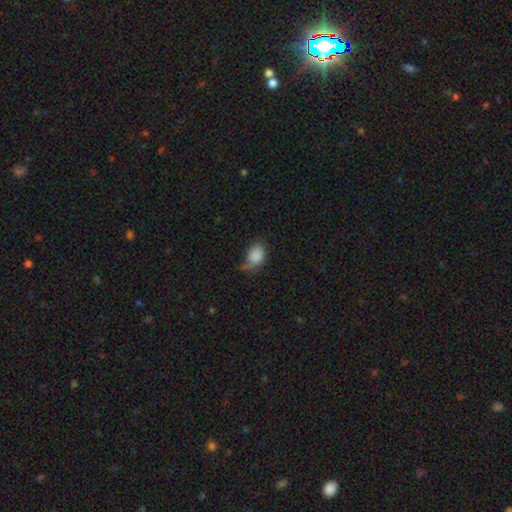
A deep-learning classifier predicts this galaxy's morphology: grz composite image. It shows a smooth galaxy with no disk features (85%) that is in between round and cigar-shaped (69%). Merging: none (40%).